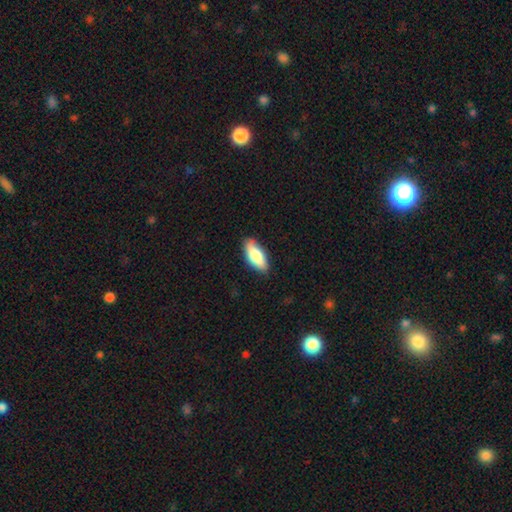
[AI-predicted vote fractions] A smooth galaxy with no disk features (75%) that is in between round and cigar-shaped (82%). Merging: none (84%).